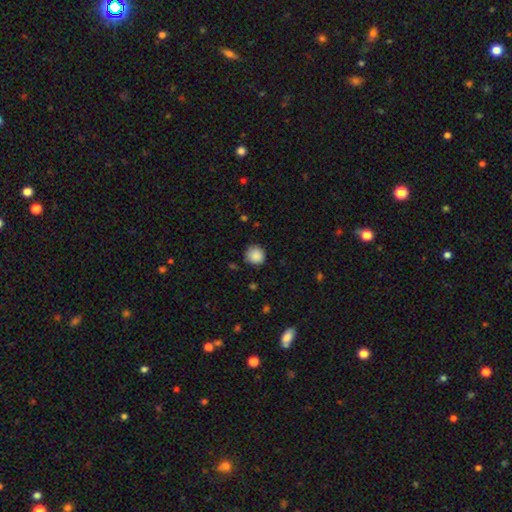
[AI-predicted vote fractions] This is clearly a smooth galaxy (88%). How rounded: clearly round (92%). Merging: clearly none (85%).